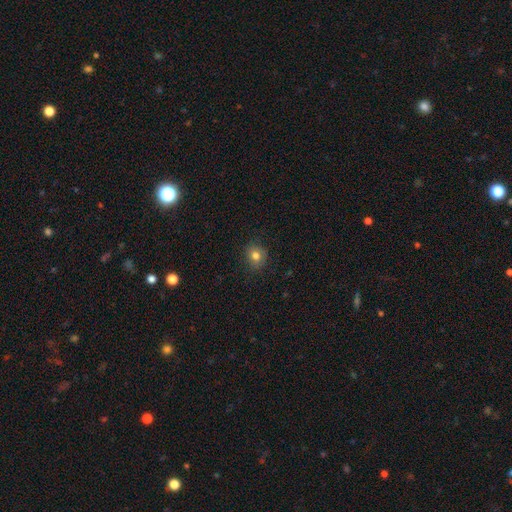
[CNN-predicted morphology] Smooth or featured?
  - smooth: 80% *
  - star or artifact: 12%
  - featured or disk: 8%
How rounded?
  - round: 78% *
  - in between: 21%
  - cigar-shaped: 1%
Merging?
  - none: 86% *
  - minor disturbance: 11%
  - major disturbance: 3%
  - merger: 1%